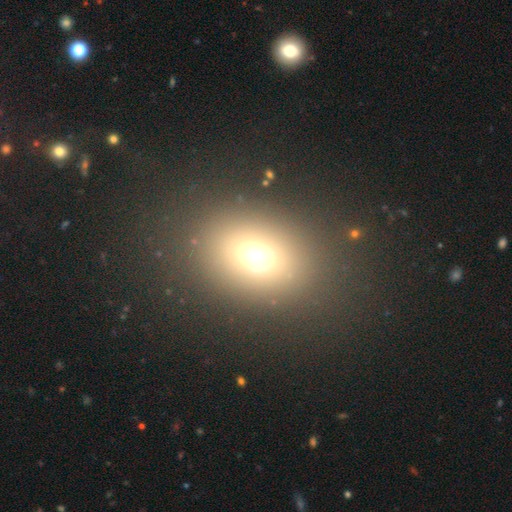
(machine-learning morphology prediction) type=smooth (69%); roundness=in between (62%); merging=none (86%).